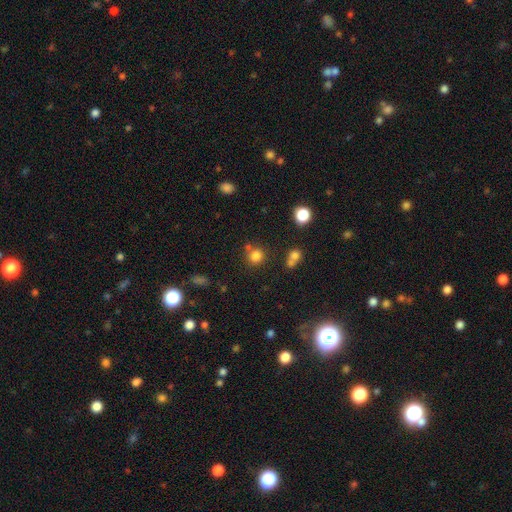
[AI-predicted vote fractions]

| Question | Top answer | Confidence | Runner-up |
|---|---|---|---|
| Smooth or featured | smooth | 79% | star or artifact (14%) |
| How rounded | round | 88% | in between (11%) |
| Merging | none | 69% | merger (17%) |